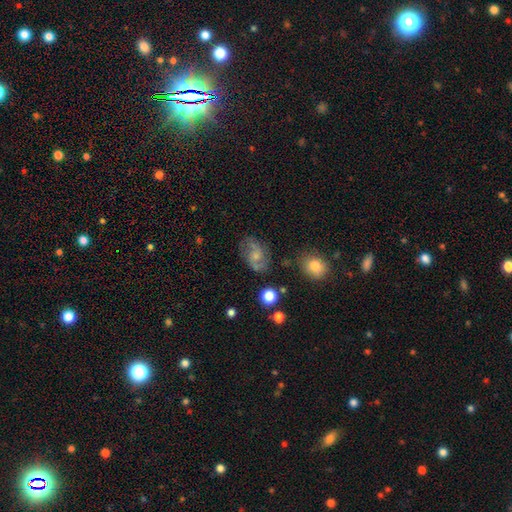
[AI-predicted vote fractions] Q: Smooth or featured?
A: featured or disk (59%); runner-up: smooth (30%)
Q: Edge-on disk?
A: no (97%); runner-up: yes (3%)
Q: Bar?
A: no (58%); runner-up: weak (36%)
Q: Spiral arms?
A: yes (87%); runner-up: no (13%)
Q: Spiral winding?
A: medium (48%); runner-up: loose (35%)
Q: Spiral arm count?
A: 2 (85%); runner-up: can't tell (8%)
Q: Bulge size?
A: small (50%); runner-up: moderate (30%)
Q: Merging?
A: none (69%); runner-up: minor disturbance (19%)